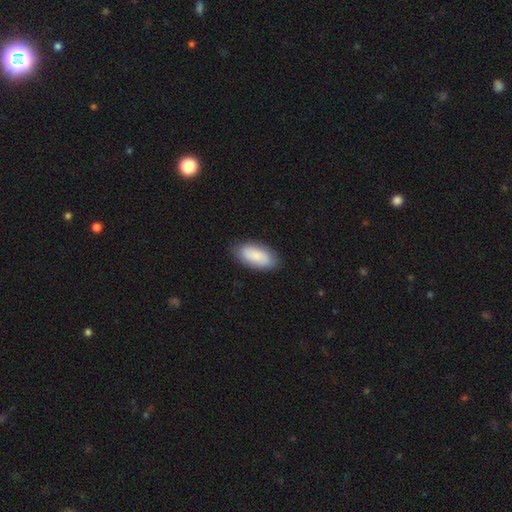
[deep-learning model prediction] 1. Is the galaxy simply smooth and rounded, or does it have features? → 81% smooth, 13% featured or disk, 6% star or artifact.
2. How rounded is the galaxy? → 93% in between, 5% cigar-shaped, 2% round.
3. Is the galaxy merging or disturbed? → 84% none, 12% minor disturbance, 3% major disturbance, 1% merger.